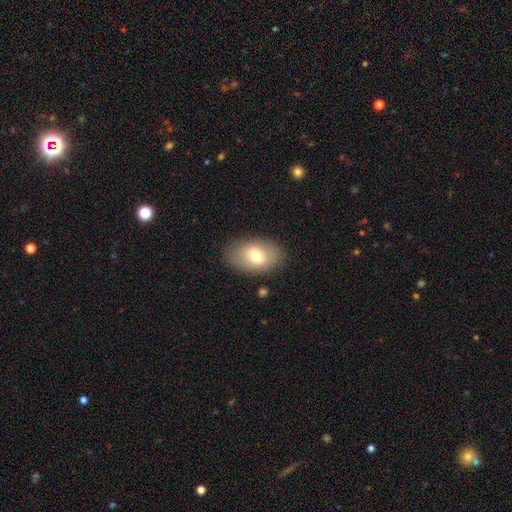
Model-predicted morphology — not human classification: Overall: smooth (70%). How rounded: in between (87%). Merging: none (84%).